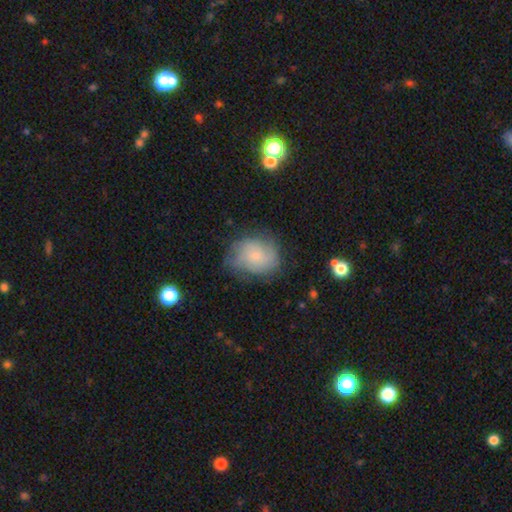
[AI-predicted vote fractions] Q: Smooth or featured?
A: featured or disk (49%); runner-up: smooth (42%)
Q: Merging?
A: none (64%); runner-up: minor disturbance (24%)